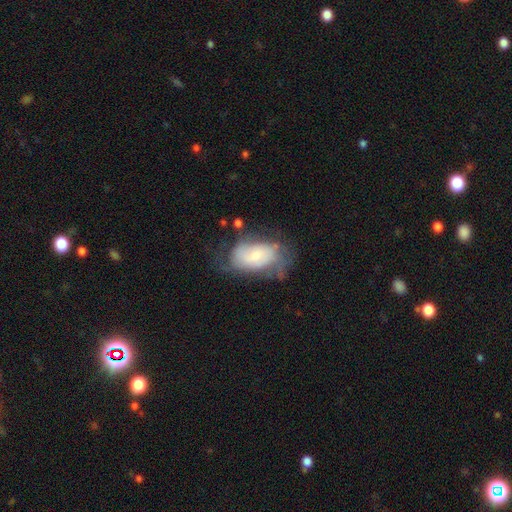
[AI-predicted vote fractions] Q: Smooth or featured?
A: featured or disk (46%); tied with: smooth (46%)
Q: Merging?
A: none (42%); runner-up: minor disturbance (29%)